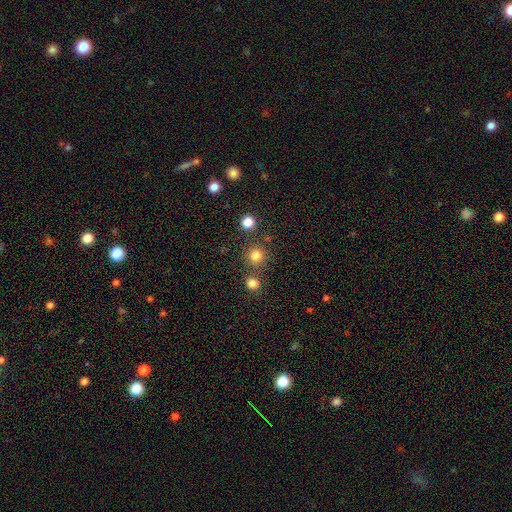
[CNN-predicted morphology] A smooth galaxy with no disk features (79%) that is round (93%).

Vote fractions:
- Smooth or featured? smooth: 79% / star or artifact: 16% / featured or disk: 5%
- How rounded? round: 93% / in between: 6% / cigar-shaped: 1%
- Merging? none: 80% / merger: 11% / minor disturbance: 7% / major disturbance: 3%